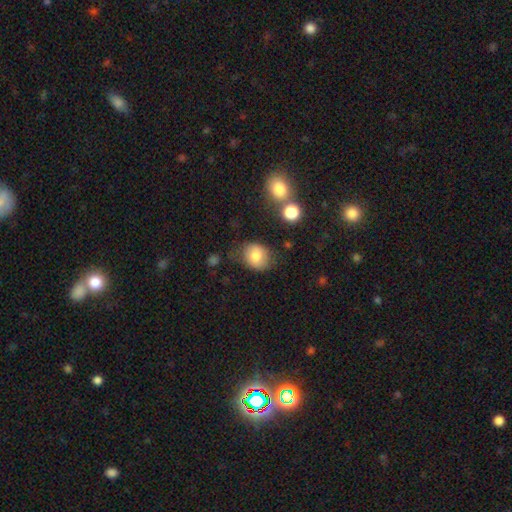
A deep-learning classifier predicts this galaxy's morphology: Overall: smooth (78%). How rounded: round (58%; in between 41%). Merging: none (72%).